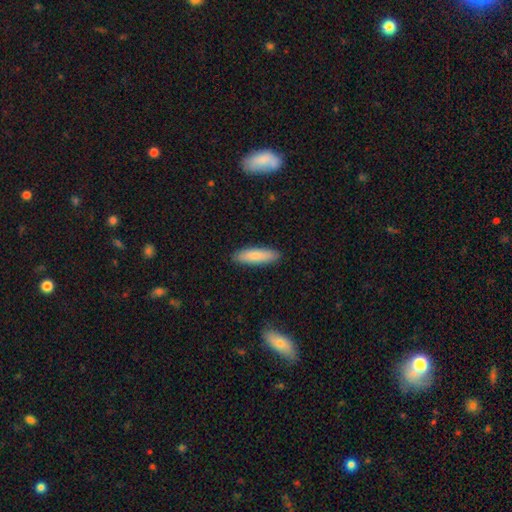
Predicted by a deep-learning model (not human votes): Smooth or featured? Predicted: smooth (p=0.81). How rounded? Predicted: cigar-shaped (p=0.61). Merging? Predicted: none (p=0.89).